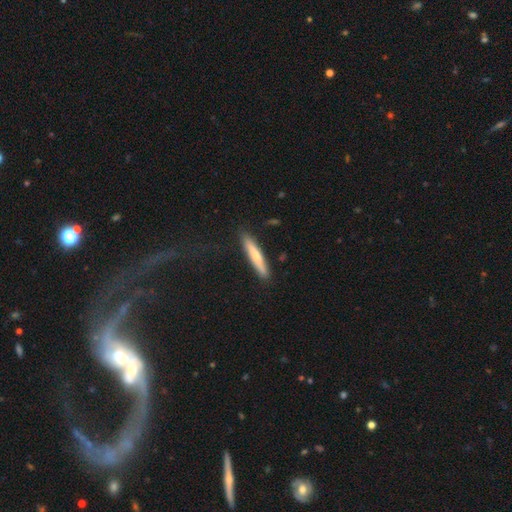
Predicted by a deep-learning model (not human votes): Smooth or featured?
  - smooth: 61% *
  - featured or disk: 33%
  - star or artifact: 6%
How rounded?
  - cigar-shaped: 92% *
  - in between: 7%
  - round: 1%
Merging?
  - none: 88% *
  - minor disturbance: 9%
  - major disturbance: 2%
  - merger: 1%